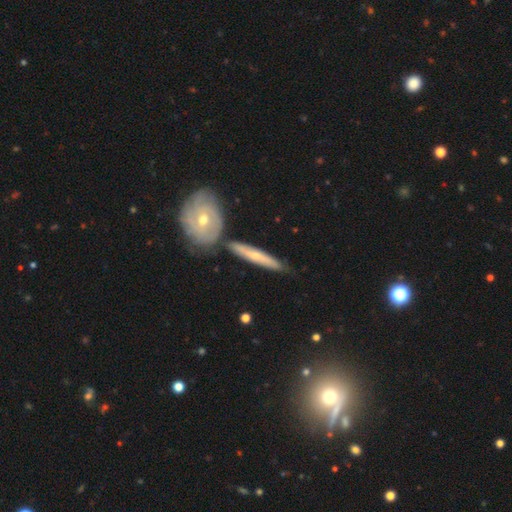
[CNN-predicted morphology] smooth_or_featured: featured or disk (p=0.54) [alt: smooth p=0.40]
disk_edge_on: yes (p=0.72) [alt: no p=0.28]
merging: none (p=0.72) [alt: minor disturbance p=0.14]